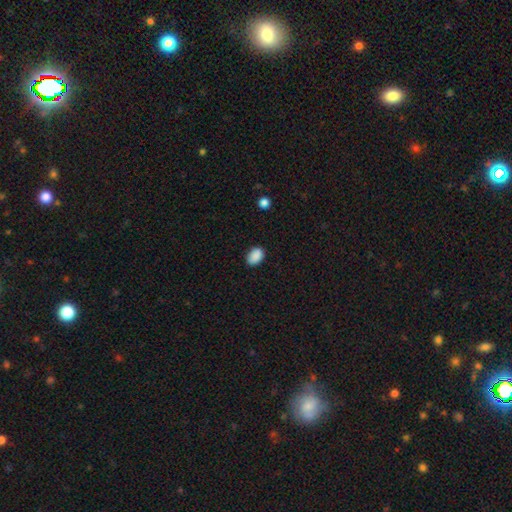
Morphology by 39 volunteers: Smooth or featured? 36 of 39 (92%) said smooth. How rounded? 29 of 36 (81%) said in between. Merging? 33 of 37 (89%) said none.